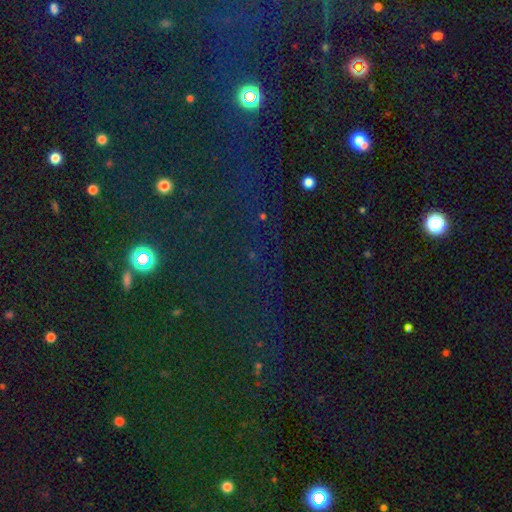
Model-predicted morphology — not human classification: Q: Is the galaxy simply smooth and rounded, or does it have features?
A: star or artifact — 77%.